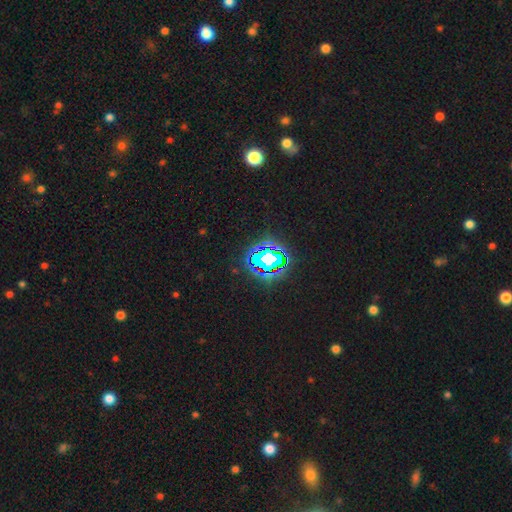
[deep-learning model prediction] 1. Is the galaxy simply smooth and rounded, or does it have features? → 80% star or artifact, 13% smooth, 7% featured or disk.